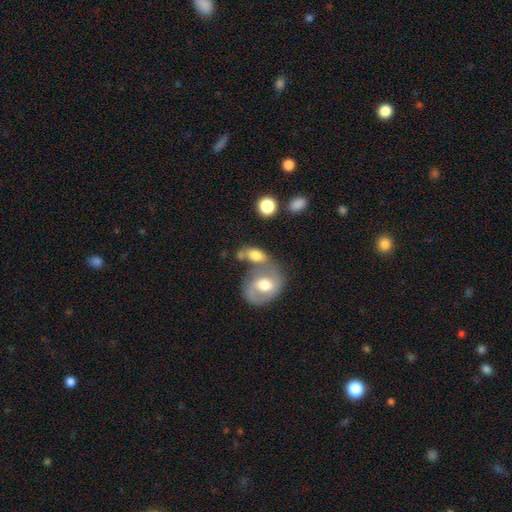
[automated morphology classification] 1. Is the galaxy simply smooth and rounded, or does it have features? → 61% smooth, 31% featured or disk, 8% star or artifact.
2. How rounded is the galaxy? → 77% in between, 20% round, 3% cigar-shaped.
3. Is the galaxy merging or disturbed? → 50% merger, 27% none, 13% minor disturbance, 10% major disturbance.